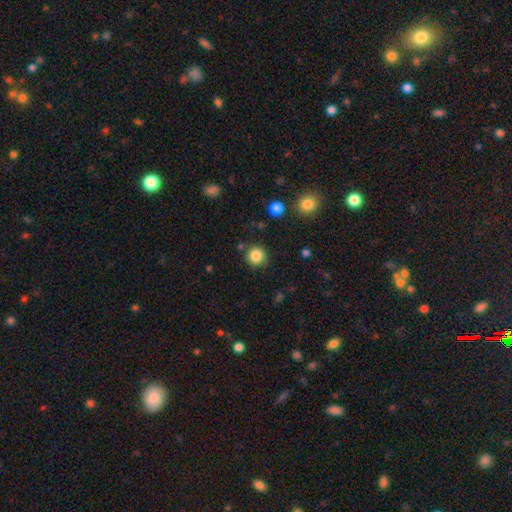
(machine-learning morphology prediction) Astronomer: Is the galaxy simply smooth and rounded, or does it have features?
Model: smooth — 85%.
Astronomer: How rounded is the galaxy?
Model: round — 93%.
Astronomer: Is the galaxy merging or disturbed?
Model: none — 86%.